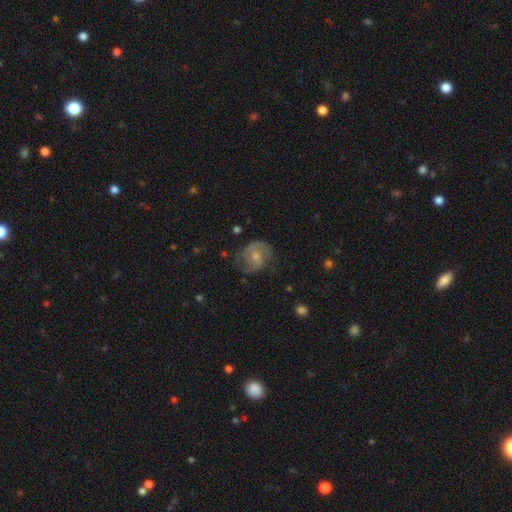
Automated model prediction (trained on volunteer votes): Smooth or featured? featured or disk (65%)
Edge-on disk? no (98%)
Bar? no (67%)
Spiral arms? yes (87%)
Spiral winding? medium (47%)
Spiral arm count? 2 (73%)
Bulge size? small (55%)
Merging? none (61%)